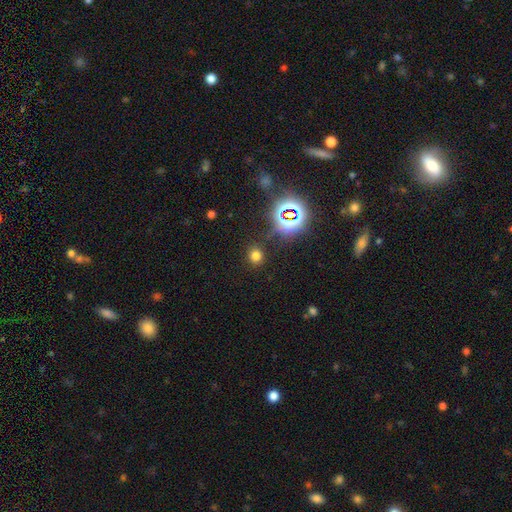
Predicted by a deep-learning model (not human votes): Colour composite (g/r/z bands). It shows a smooth galaxy with no disk features (69%) that is round (83%). Merging: none (86%).